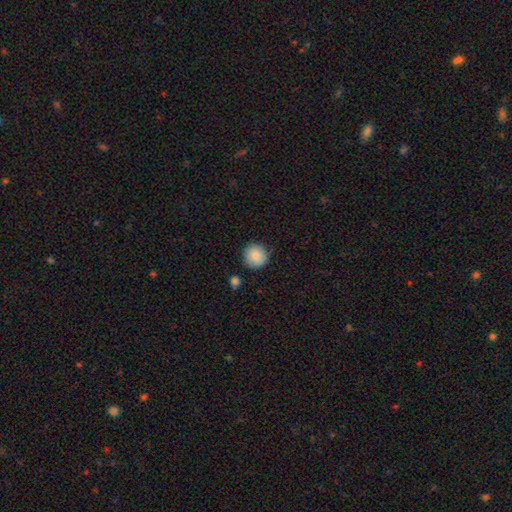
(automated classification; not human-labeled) Smooth or featured? smooth (87%)
How rounded? round (94%)
Merging? none (86%)